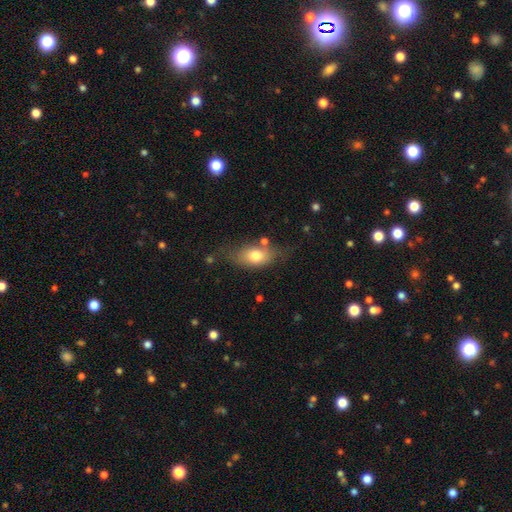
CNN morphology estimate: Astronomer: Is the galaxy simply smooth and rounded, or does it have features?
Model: smooth — 74%.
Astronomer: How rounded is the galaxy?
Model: in between — 83%.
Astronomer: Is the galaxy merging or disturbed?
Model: none — 63%.